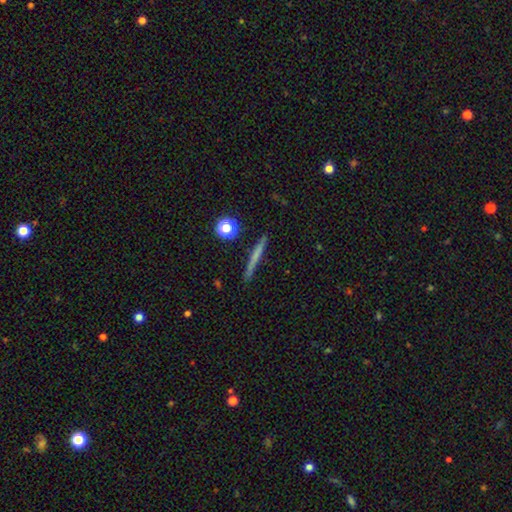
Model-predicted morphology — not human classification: This is possibly a smooth galaxy (57%). How rounded: clearly cigar-shaped (94%). Merging: clearly none (89%).